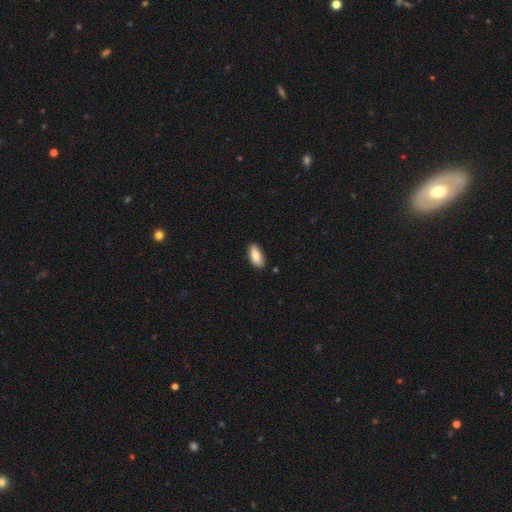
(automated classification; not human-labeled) smooth_or_featured: smooth (p=0.80) [alt: featured or disk p=0.13]
how_rounded: in between (p=0.87) [alt: cigar-shaped p=0.11]
merging: none (p=0.81) [alt: minor disturbance p=0.15]